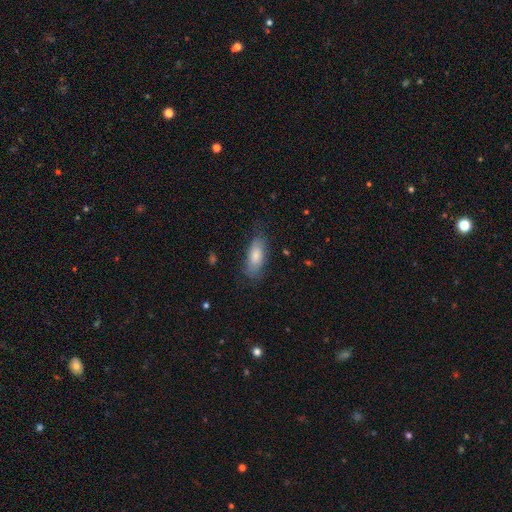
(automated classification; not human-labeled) Smooth or featured?
  - smooth: 76% *
  - featured or disk: 18%
  - star or artifact: 6%
How rounded?
  - in between: 82% *
  - cigar-shaped: 16%
  - round: 2%
Merging?
  - none: 70% *
  - minor disturbance: 21%
  - major disturbance: 7%
  - merger: 1%